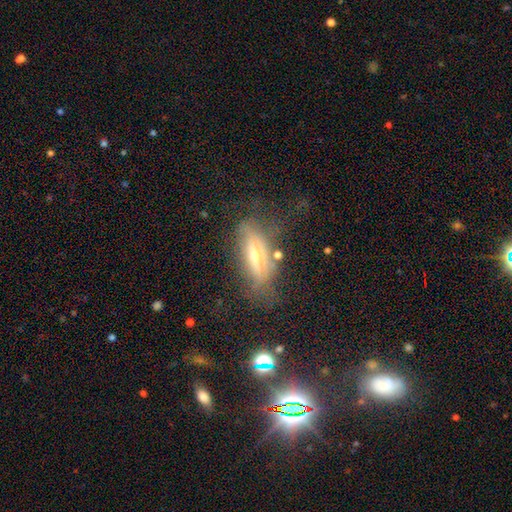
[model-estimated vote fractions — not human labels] smooth-or-featured: featured or disk: 55% | smooth: 36% | star or artifact: 10%
  disk-edge-on: yes: 67% | no: 33%
  merging: none: 60% | minor disturbance: 23% | major disturbance: 14% | merger: 3%